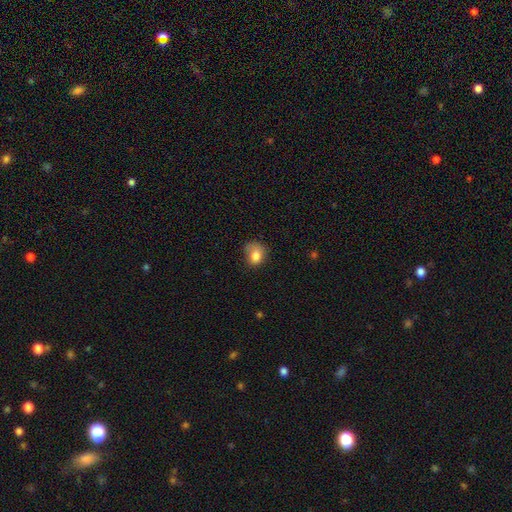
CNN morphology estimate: Overall: smooth (80%). How rounded: in between (50%; round 49%). Merging: none (43%; minor disturbance 35%).